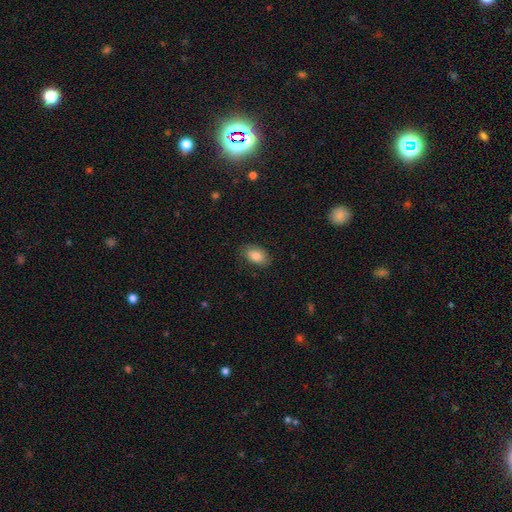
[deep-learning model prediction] Smooth or featured: smooth — 83% (featured or disk — 9%)
How rounded: in between — 92% (round — 7%)
Merging: none — 81% (minor disturbance — 15%)